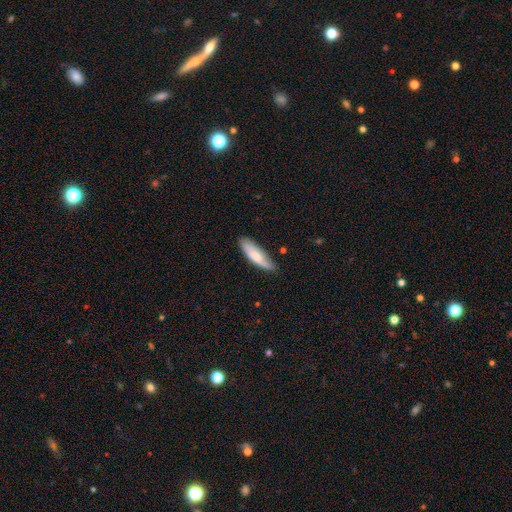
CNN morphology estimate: Q: Smooth or featured?
A: smooth (71%); runner-up: featured or disk (23%)
Q: How rounded?
A: cigar-shaped (56%); runner-up: in between (43%)
Q: Merging?
A: none (75%); runner-up: minor disturbance (19%)